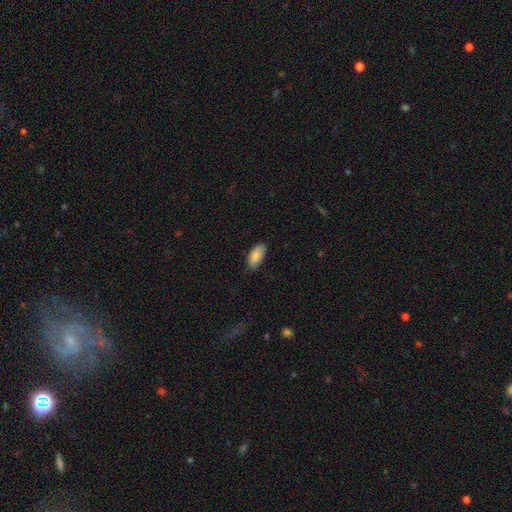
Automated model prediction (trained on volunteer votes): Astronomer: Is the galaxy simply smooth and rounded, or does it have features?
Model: smooth — 86%.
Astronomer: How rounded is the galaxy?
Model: in between — 92%.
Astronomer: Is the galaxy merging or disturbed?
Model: none — 78%.